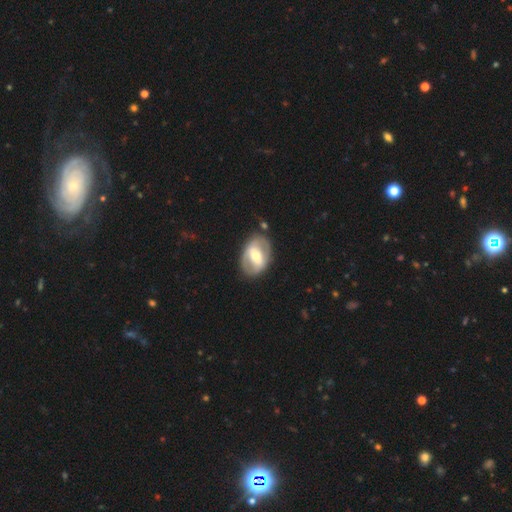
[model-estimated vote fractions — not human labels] Overall: featured or disk (61%; smooth 33%). Edge-on disk: no (93%). Bar: strong (50%; weak 30%). Spiral arms: no (63%; yes 37%). Bulge size: moderate (66%). Merging: none (77%).